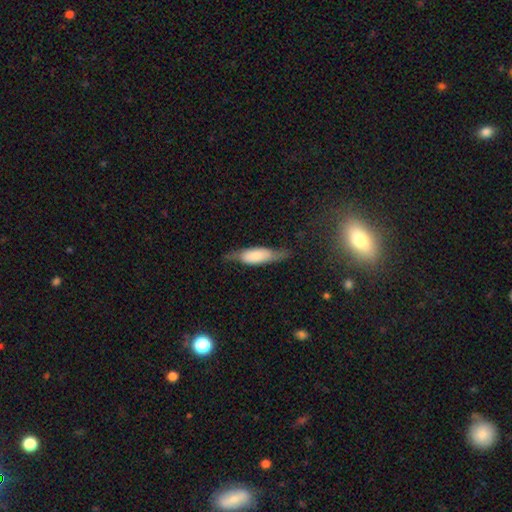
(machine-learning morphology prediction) Smooth or featured? Predicted: smooth (p=0.57). How rounded? Predicted: in between (p=0.58). Merging? Predicted: none (p=0.55).